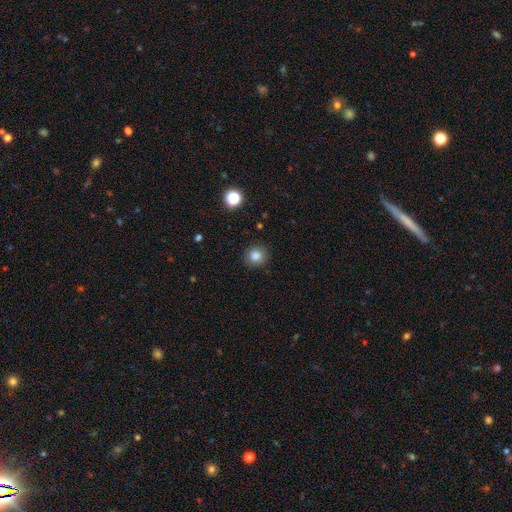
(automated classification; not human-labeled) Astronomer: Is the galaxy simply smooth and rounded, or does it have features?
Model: smooth — 84%.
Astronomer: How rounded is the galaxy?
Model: round — 90%.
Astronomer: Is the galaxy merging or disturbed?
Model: none — 88%.